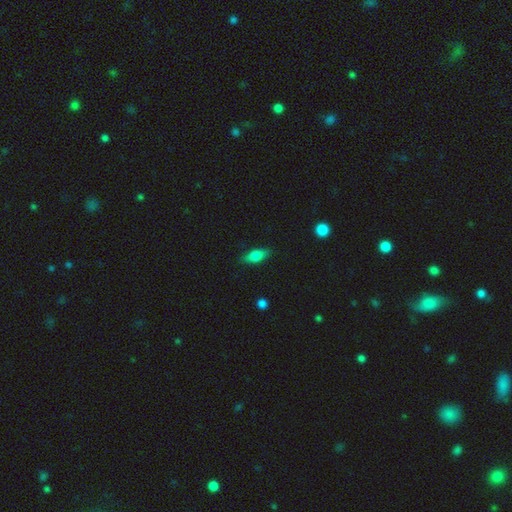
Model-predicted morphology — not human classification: smooth-or-featured: smooth: 72% | featured or disk: 20% | star or artifact: 8%
  how-rounded: in between: 75% | cigar-shaped: 20% | round: 5%
  merging: none: 83% | minor disturbance: 13% | major disturbance: 3% | merger: 1%